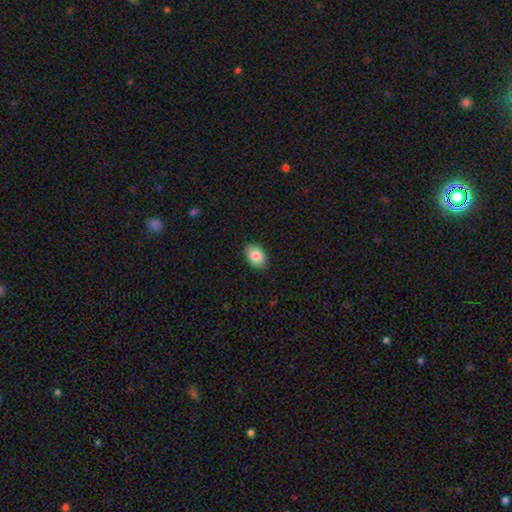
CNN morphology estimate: A smooth galaxy with no disk features (85%) that is in between round and cigar-shaped (86%).

Vote fractions:
- Smooth or featured? smooth: 85% / featured or disk: 8% / star or artifact: 7%
- How rounded? in between: 86% / round: 13% / cigar-shaped: 1%
- Merging? none: 89% / minor disturbance: 8% / major disturbance: 2% / merger: 1%